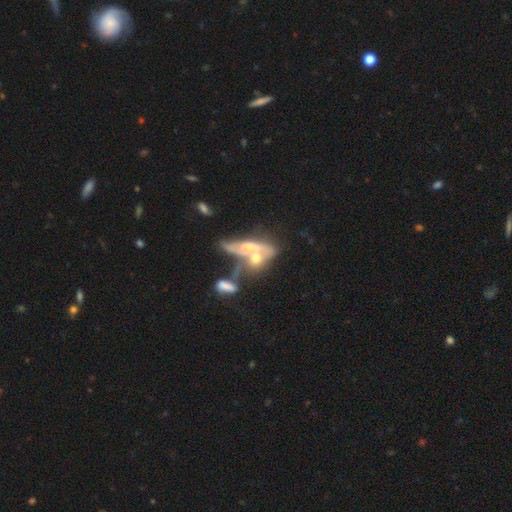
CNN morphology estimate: Overall: featured or disk (59%; smooth 29%). Edge-on disk: no (72%). Merging: merger (61%).